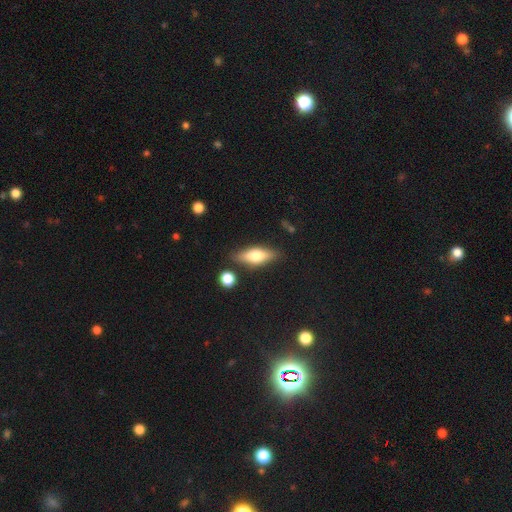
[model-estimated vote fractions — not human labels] This appears to be a smooth galaxy with no disk features (59%) that is in between round and cigar-shaped (63%). Merging: none (82%).